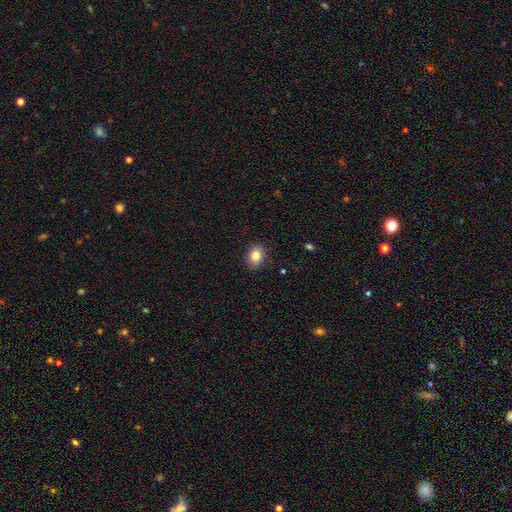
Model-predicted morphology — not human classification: A smooth galaxy with no disk features (84%) that is in between round and cigar-shaped (63%). Merging: none (89%).